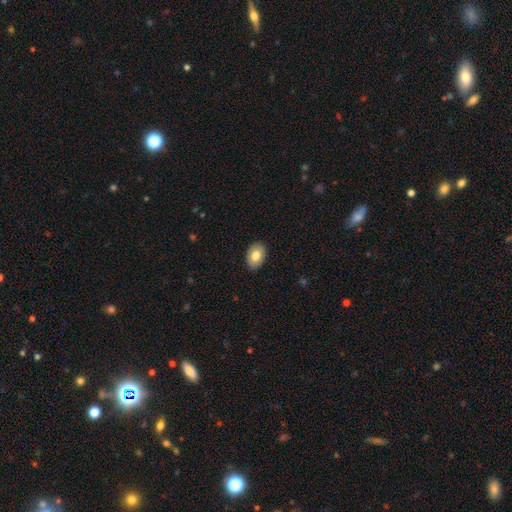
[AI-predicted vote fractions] Morphology: type=smooth (78%); roundness=in between (84%); merging=none (88%).